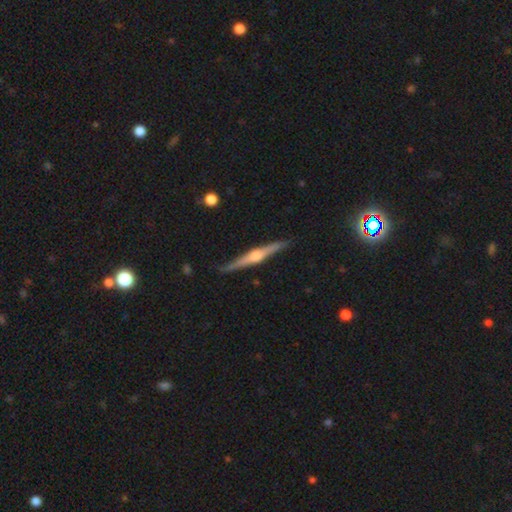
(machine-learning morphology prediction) This appears to be a featured or disk galaxy (82%) viewed edge-on (98%) with a rounded central bulge (91%). Merging: none (89%).